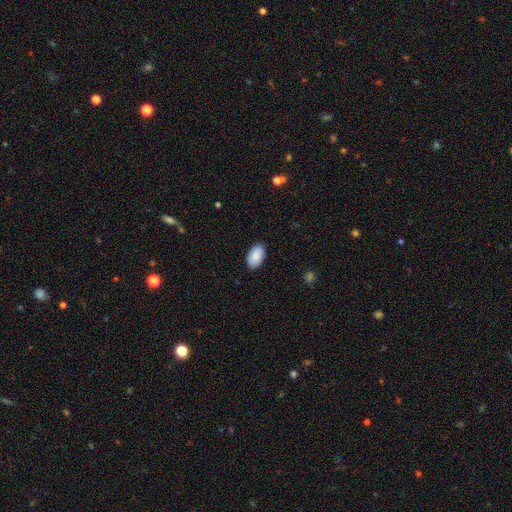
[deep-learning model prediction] smooth_or_featured: smooth (p=0.89) [alt: star or artifact p=0.06]
how_rounded: in between (p=0.94) [alt: round p=0.05]
merging: none (p=0.88) [alt: minor disturbance p=0.09]